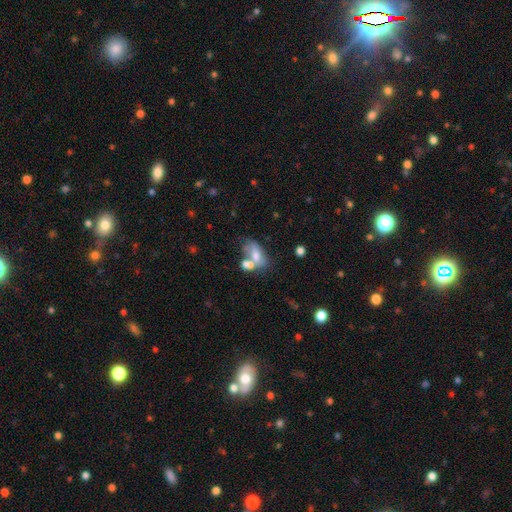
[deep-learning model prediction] Smooth or featured? smooth (56%)
How rounded? in between (85%)
Merging? merger (48%)